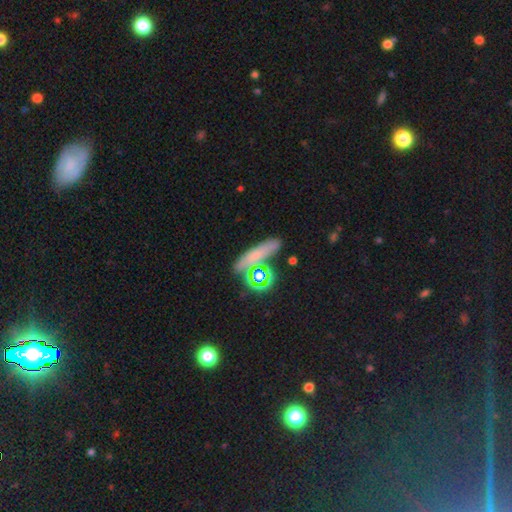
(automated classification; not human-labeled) This is possibly a smooth galaxy (55%). How rounded: possibly cigar-shaped (55%). Merging: likely none (70%).